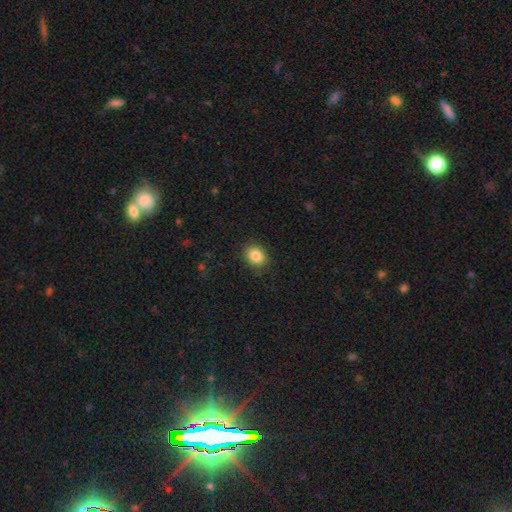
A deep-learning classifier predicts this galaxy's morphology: Smooth or featured: smooth — 85% (star or artifact — 9%)
How rounded: in between — 54% (round — 45%)
Merging: none — 87% (minor disturbance — 9%)